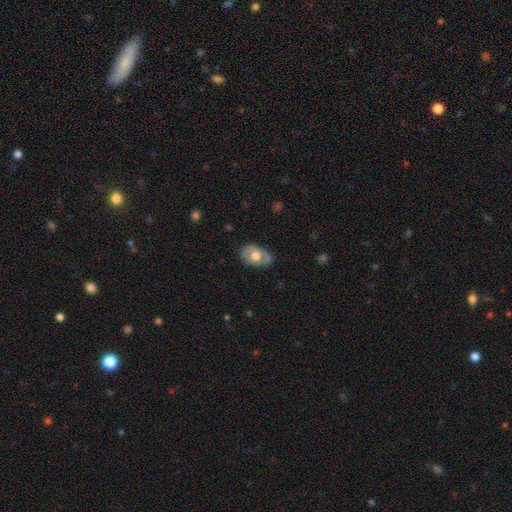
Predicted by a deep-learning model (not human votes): smooth_or_featured: smooth (p=0.53) [alt: featured or disk p=0.41]
how_rounded: in between (p=0.84) [alt: round p=0.15]
merging: none (p=0.70) [alt: minor disturbance p=0.23]